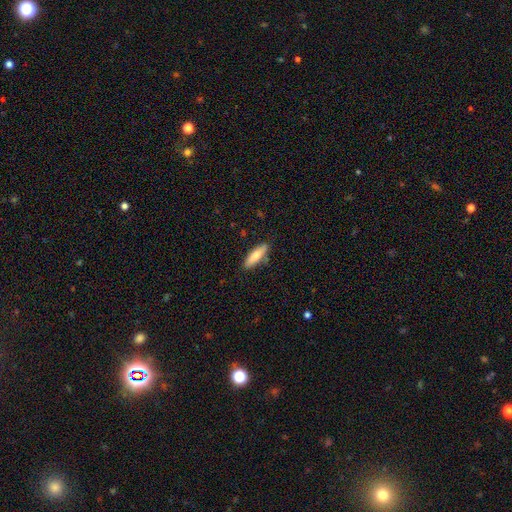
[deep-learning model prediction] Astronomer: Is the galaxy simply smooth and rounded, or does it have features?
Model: smooth — 79%.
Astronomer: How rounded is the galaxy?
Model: cigar-shaped — 57% (runner-up: in between, 42%).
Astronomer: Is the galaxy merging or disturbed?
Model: none — 83%.